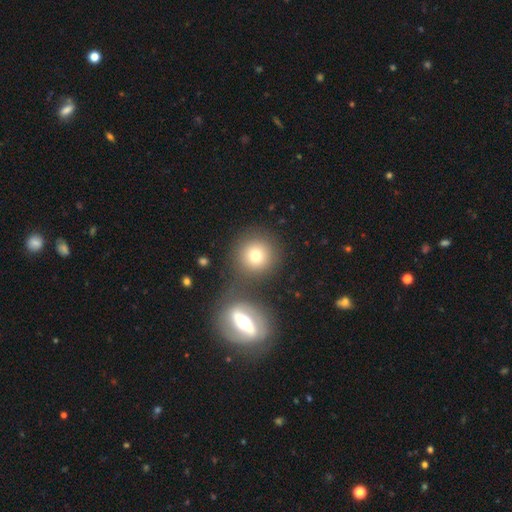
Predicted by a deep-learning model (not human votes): smooth_or_featured: smooth (p=0.75) [alt: featured or disk p=0.13]
how_rounded: round (p=0.91) [alt: in between p=0.08]
merging: none (p=0.69) [alt: merger p=0.18]